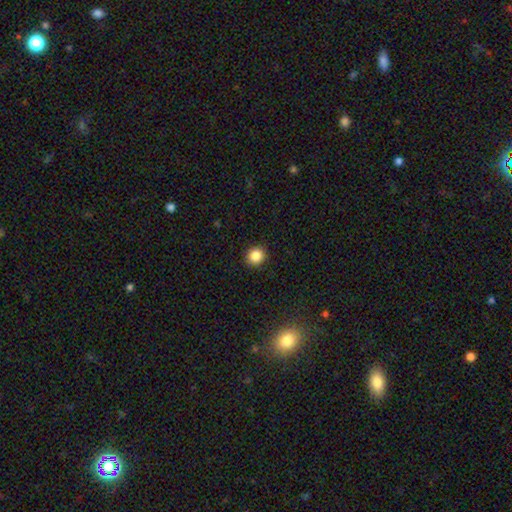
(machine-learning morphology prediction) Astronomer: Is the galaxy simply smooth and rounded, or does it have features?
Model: smooth — 86%.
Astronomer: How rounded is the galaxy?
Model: round — 88%.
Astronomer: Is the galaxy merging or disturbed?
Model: none — 92%.